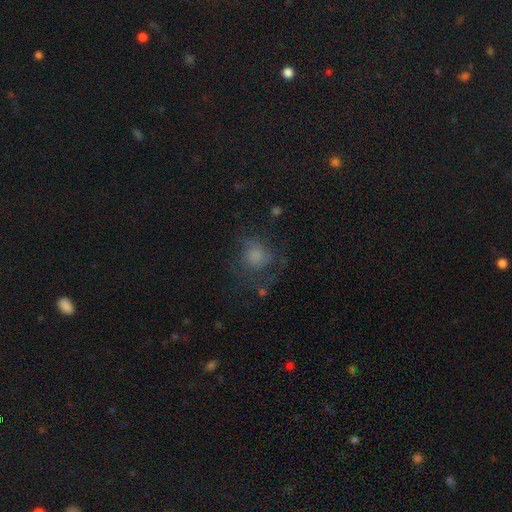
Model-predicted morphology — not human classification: This appears to be a smooth galaxy with no disk features (62%) that is round (80%). Merging: none (54%).